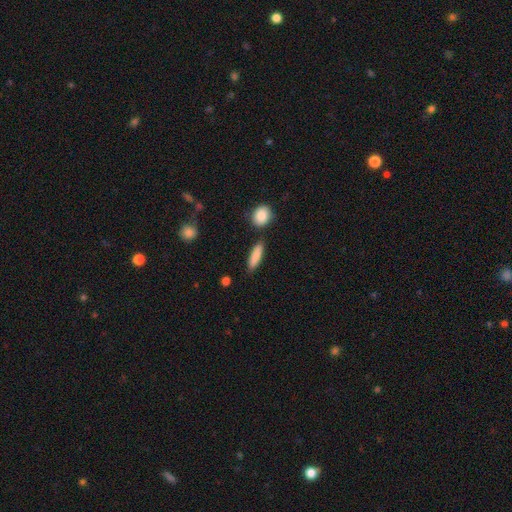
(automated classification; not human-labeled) smooth-or-featured: smooth: 85% | featured or disk: 9% | star or artifact: 6%
  how-rounded: cigar-shaped: 66% | in between: 31% | round: 3%
  merging: none: 83% | minor disturbance: 9% | merger: 5% | major disturbance: 2%